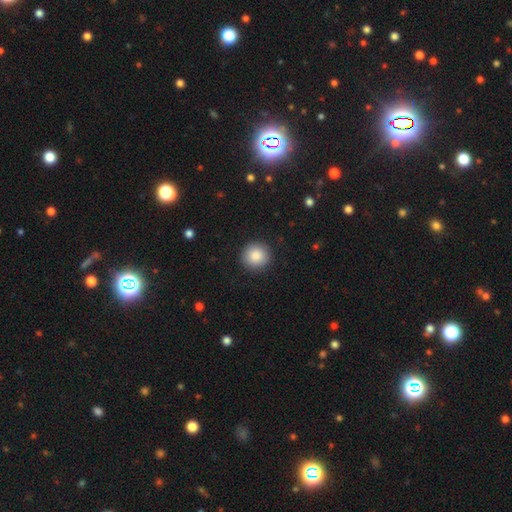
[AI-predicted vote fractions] This appears to be a smooth galaxy with no disk features (87%) that is round (95%). Merging: none (91%).